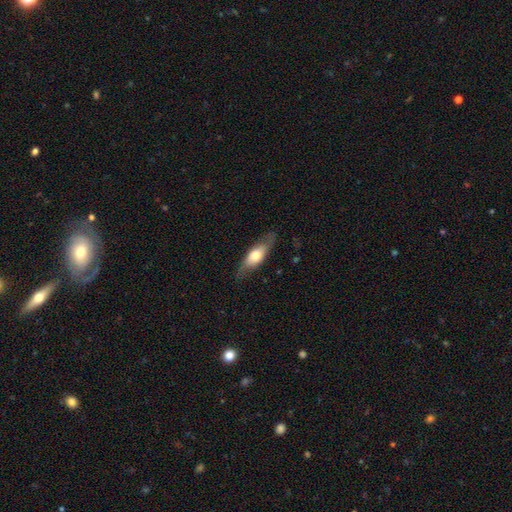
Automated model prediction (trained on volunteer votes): Smooth or featured? Predicted: smooth (p=0.54). How rounded? Predicted: in between (p=0.61). Merging? Predicted: none (p=0.76).